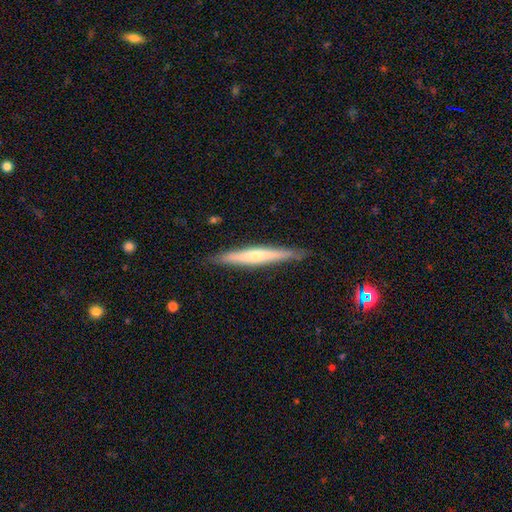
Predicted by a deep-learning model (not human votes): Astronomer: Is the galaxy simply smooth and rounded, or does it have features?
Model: featured or disk — 58% (runner-up: smooth, 36%).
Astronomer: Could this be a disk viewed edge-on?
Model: yes — 96%.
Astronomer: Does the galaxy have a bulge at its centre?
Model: rounded — 63%.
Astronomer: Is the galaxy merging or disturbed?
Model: none — 88%.